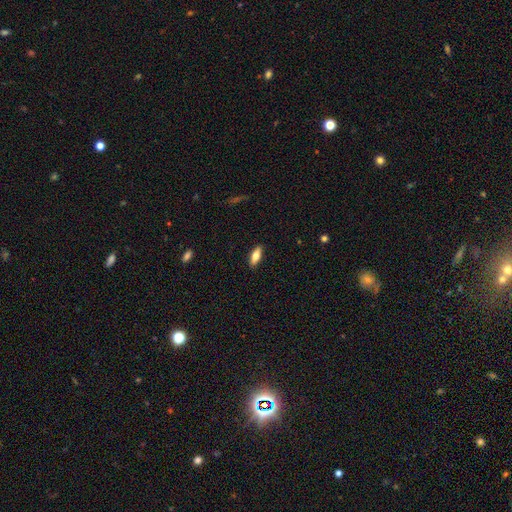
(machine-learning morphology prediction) This is likely a smooth galaxy (66%). How rounded: likely in between (64%). Merging: clearly none (89%).